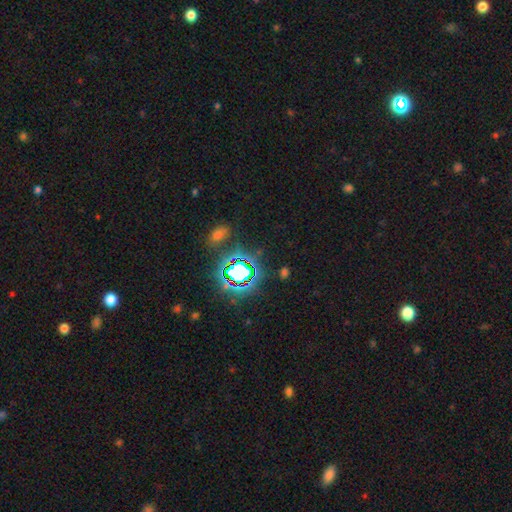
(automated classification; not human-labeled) smooth-or-featured: star or artifact: 80% | smooth: 12% | featured or disk: 8%